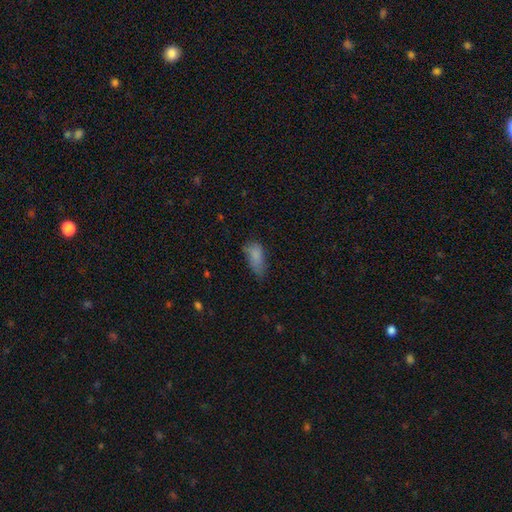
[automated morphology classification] The model was most divided on "merging": none: 43%, minor disturbance: 35%, major disturbance: 18%, merger: 3%. More confident: how rounded — in between (85%); smooth or featured — smooth (78%).